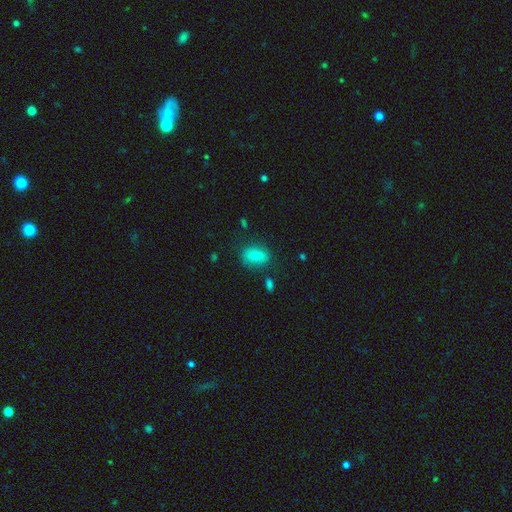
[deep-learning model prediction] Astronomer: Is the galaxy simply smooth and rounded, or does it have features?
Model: smooth — 78%.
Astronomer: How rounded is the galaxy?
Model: in between — 77%.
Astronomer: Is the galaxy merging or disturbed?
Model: none — 75%.